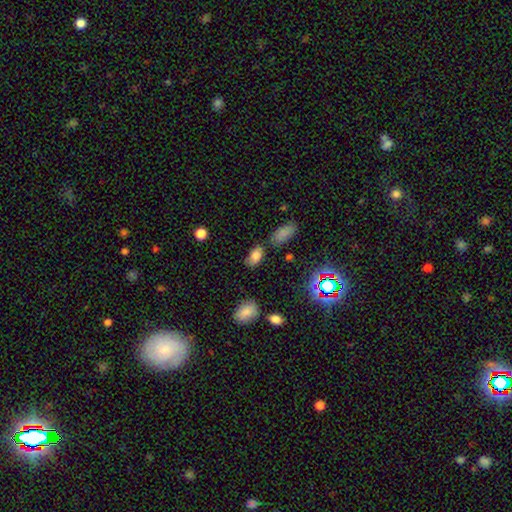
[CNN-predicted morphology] Smooth or featured?
  - smooth: 77% *
  - star or artifact: 13%
  - featured or disk: 10%
How rounded?
  - in between: 91% *
  - round: 6%
  - cigar-shaped: 3%
Merging?
  - none: 70% *
  - minor disturbance: 19%
  - merger: 6%
  - major disturbance: 5%